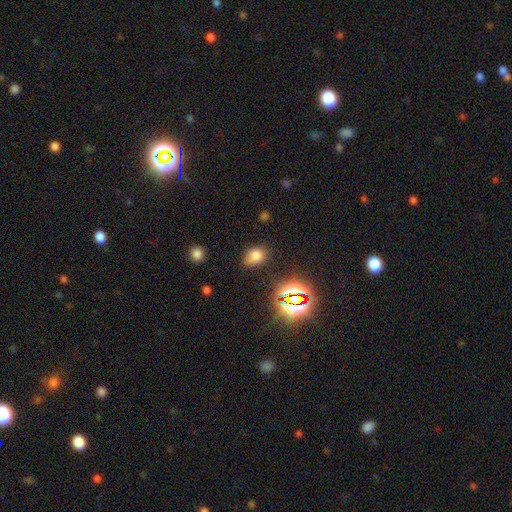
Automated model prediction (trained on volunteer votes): smooth_or_featured: smooth (p=0.72) [alt: star or artifact p=0.20]
how_rounded: in between (p=0.68) [alt: round p=0.31]
merging: none (p=0.76) [alt: minor disturbance p=0.17]